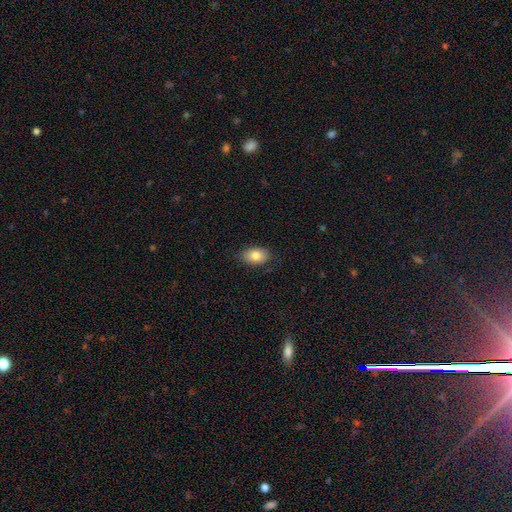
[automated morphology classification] Smooth or featured? smooth (81%)
How rounded? in between (88%)
Merging? none (84%)